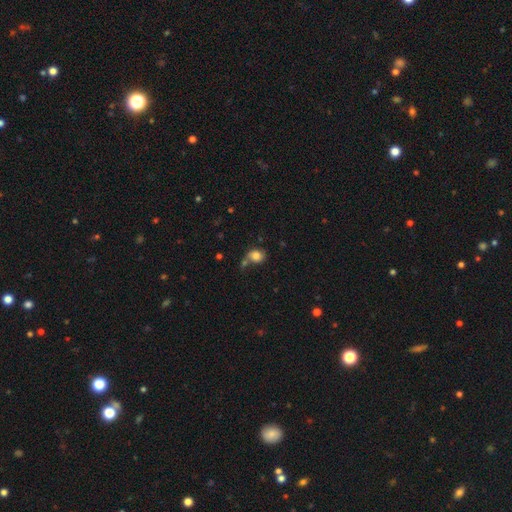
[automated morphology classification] This appears to be a smooth galaxy with no disk features (77%) that is round (56%). Merging: none (43%).